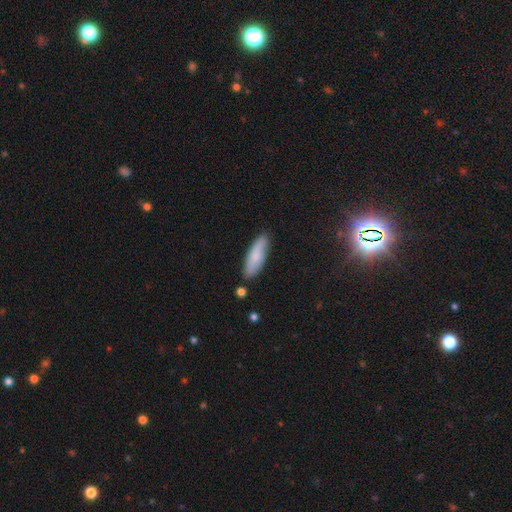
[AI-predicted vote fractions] Smooth or featured: smooth — 78% (featured or disk — 16%)
How rounded: cigar-shaped — 56% (in between — 42%)
Merging: none — 83% (minor disturbance — 12%)